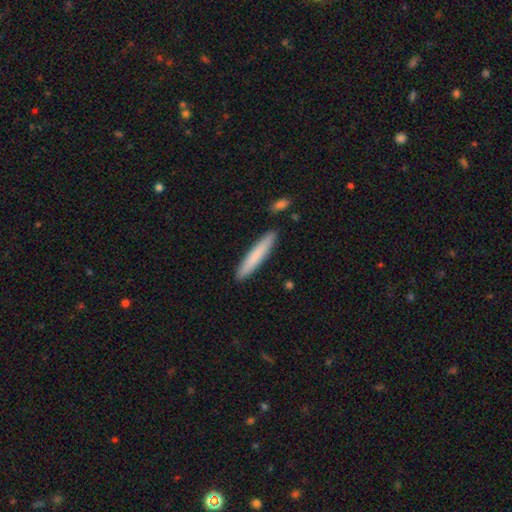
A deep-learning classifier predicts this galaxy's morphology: A smooth galaxy with no disk features (78%) that is cigar-shaped (94%). Merging: none (89%).